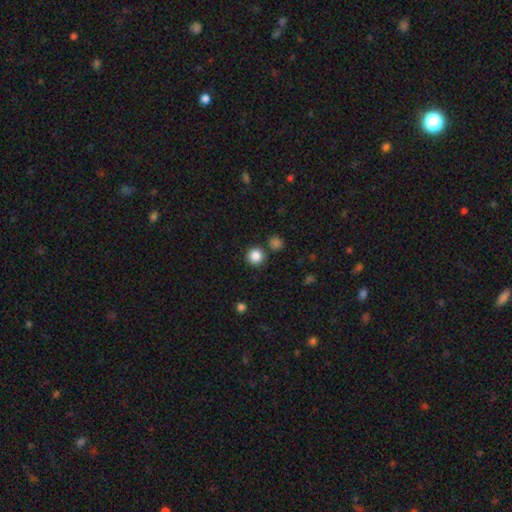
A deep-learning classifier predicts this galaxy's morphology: Q: Smooth or featured?
A: smooth (86%); runner-up: star or artifact (11%)
Q: How rounded?
A: round (94%); runner-up: in between (5%)
Q: Merging?
A: none (85%); runner-up: merger (6%)